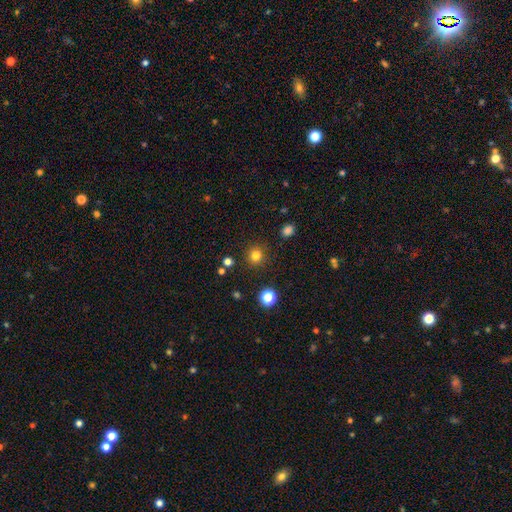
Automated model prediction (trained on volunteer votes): A smooth galaxy with no disk features (80%) that is round (92%). Merging: none (89%).